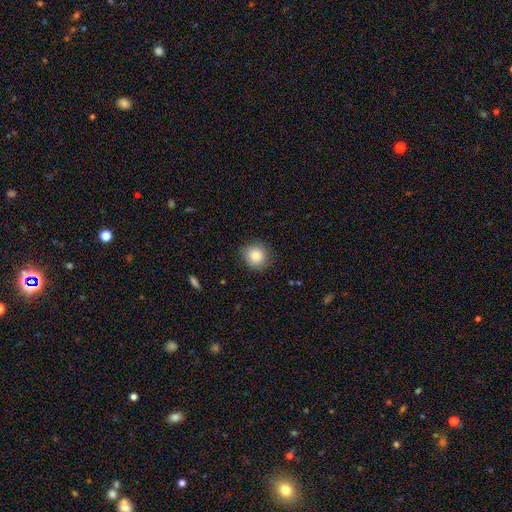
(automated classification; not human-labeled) Morphology: type=smooth (85%); roundness=round (90%); merging=none (84%).